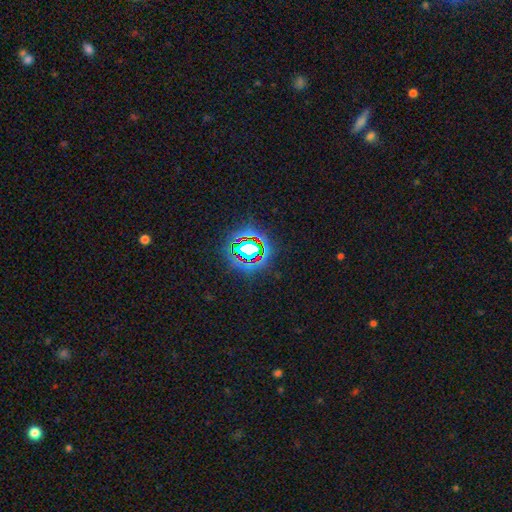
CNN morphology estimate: Smooth or featured?
  - star or artifact: 74% *
  - smooth: 15%
  - featured or disk: 11%